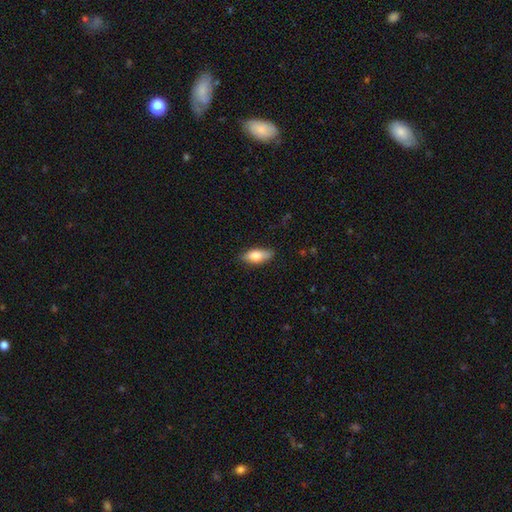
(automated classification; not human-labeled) A smooth galaxy with no disk features (74%) that is in between round and cigar-shaped (79%).

Vote fractions:
- Smooth or featured? smooth: 74% / featured or disk: 19% / star or artifact: 7%
- How rounded? in between: 79% / cigar-shaped: 18% / round: 3%
- Merging? none: 82% / minor disturbance: 14% / major disturbance: 3% / merger: 1%